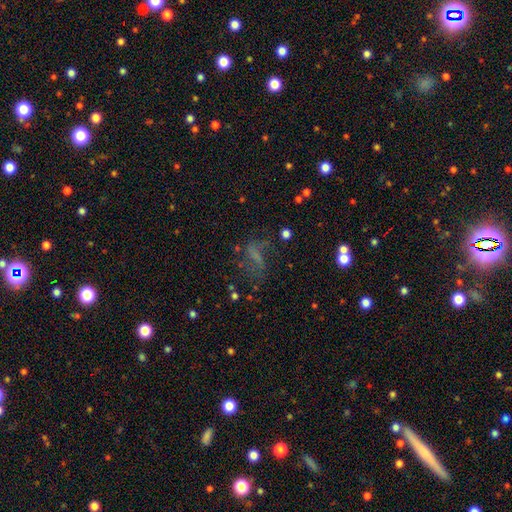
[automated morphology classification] smooth 38%, featured or disk 36%, star or artifact 26%. Down the decision tree: merging — none (45%).